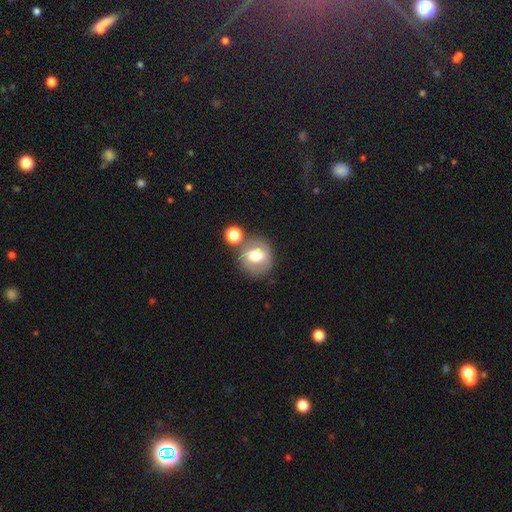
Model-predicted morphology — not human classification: A smooth galaxy with no disk features (60%) that is round (76%). Merging: none (63%).